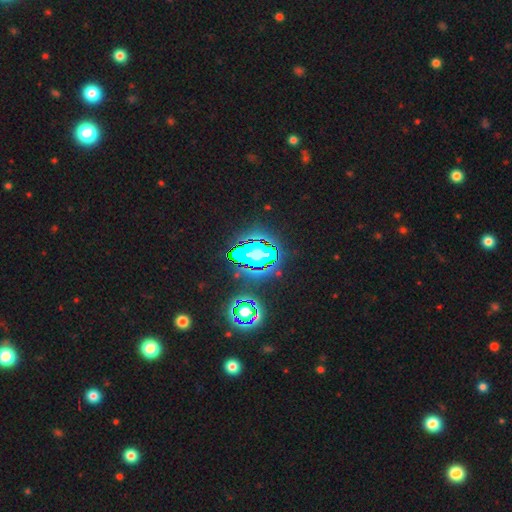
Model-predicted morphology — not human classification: A star or artifact, not a galaxy (56%).

Vote fractions:
- Smooth or featured? star or artifact: 56% / smooth: 23% / featured or disk: 21%